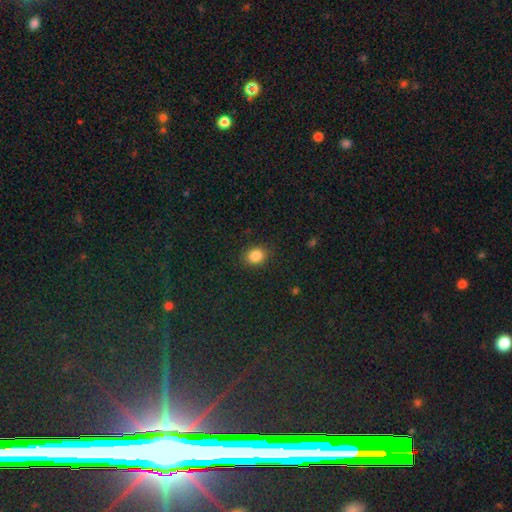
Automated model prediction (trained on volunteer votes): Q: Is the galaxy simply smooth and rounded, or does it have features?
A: smooth — 85%.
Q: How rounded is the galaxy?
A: round — 52%.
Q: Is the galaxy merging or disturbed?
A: none — 87%.